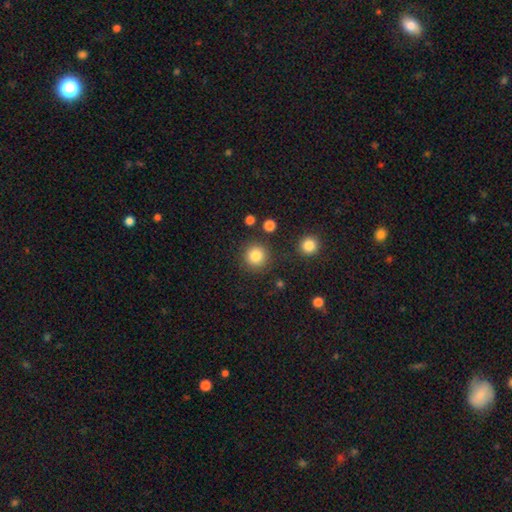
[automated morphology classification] type=smooth (85%); roundness=round (94%); merging=none (87%).